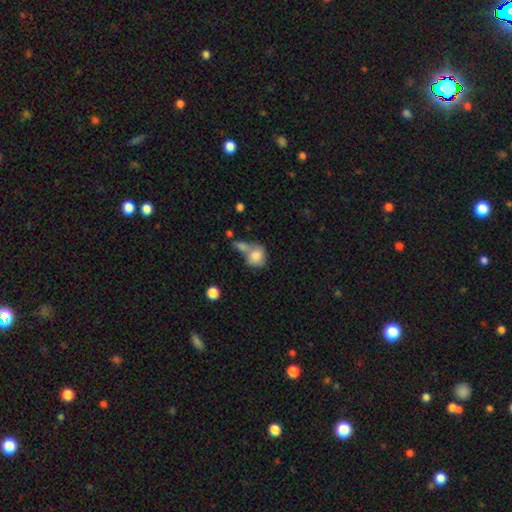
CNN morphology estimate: Q: Smooth or featured?
A: smooth (79%); runner-up: featured or disk (13%)
Q: How rounded?
A: round (63%); runner-up: in between (36%)
Q: Merging?
A: merger (45%); runner-up: none (32%)